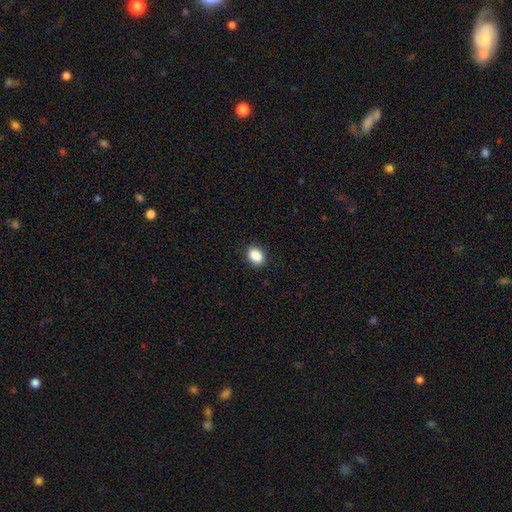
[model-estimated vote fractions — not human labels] Smooth or featured?
  - smooth: 88% *
  - star or artifact: 9%
  - featured or disk: 4%
How rounded?
  - in between: 73% *
  - round: 25%
  - cigar-shaped: 1%
Merging?
  - none: 89% *
  - minor disturbance: 8%
  - major disturbance: 2%
  - merger: 1%